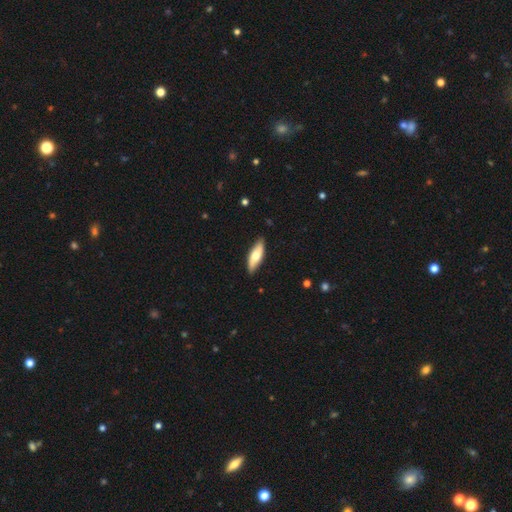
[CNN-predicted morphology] A smooth galaxy with no disk features (63%) that is in between round and cigar-shaped (56%).

Vote fractions:
- Smooth or featured? smooth: 63% / featured or disk: 32% / star or artifact: 5%
- How rounded? in between: 56% / cigar-shaped: 42% / round: 2%
- Merging? none: 87% / minor disturbance: 11% / major disturbance: 2% / merger: 1%